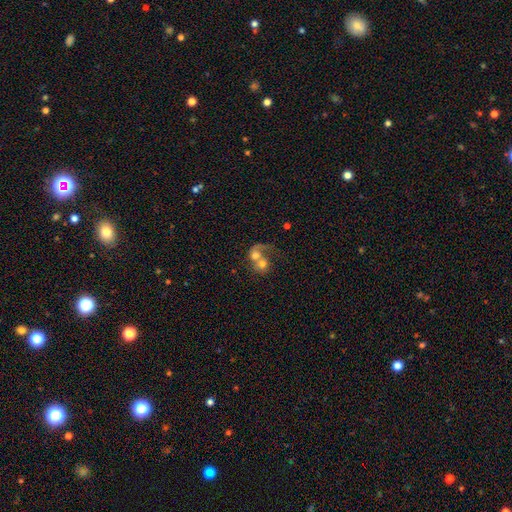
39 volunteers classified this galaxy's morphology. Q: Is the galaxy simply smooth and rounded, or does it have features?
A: featured or disk — 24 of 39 (62%).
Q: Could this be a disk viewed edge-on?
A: no — 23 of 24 (96%).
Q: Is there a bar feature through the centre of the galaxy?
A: no — 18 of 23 (78%).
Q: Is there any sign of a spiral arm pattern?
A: yes — 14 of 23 (61%).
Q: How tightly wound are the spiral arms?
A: loose — 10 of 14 (71%).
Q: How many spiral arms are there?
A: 1 — 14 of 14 (100%).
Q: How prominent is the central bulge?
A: large — 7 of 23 (30%).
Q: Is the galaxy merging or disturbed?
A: merger — 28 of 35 (80%).